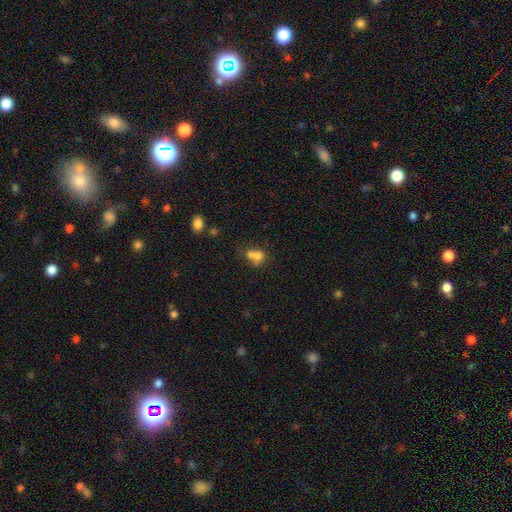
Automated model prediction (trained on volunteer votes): smooth 70%, featured or disk 17%, star or artifact 13%. Down the decision tree: how rounded — round (55%); merging — merger (58%).